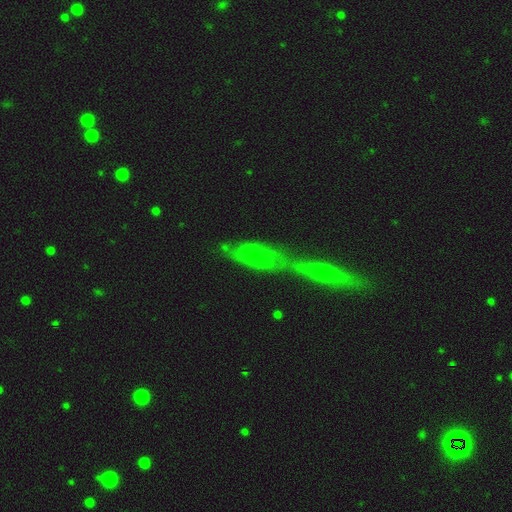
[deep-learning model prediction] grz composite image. It shows a smooth galaxy with no disk features (49%). Merging: merger (51%).